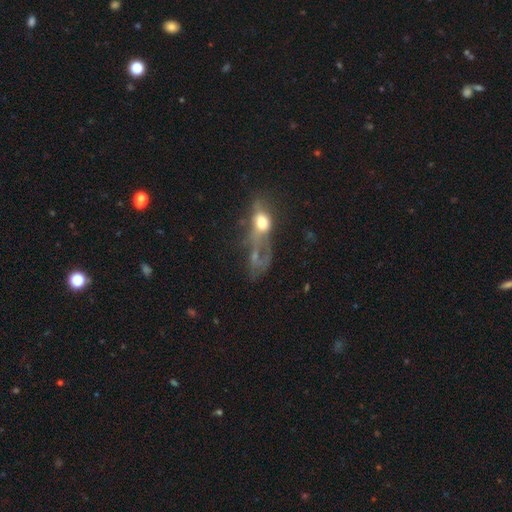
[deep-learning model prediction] smooth-or-featured: featured or disk: 45% | smooth: 35% | star or artifact: 20%
  merging: major disturbance: 46% | none: 21% | merger: 21% | minor disturbance: 13%